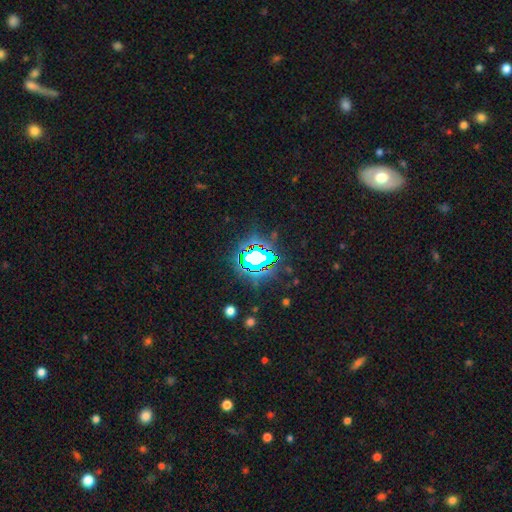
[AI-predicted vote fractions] Overall: star or artifact (73%).